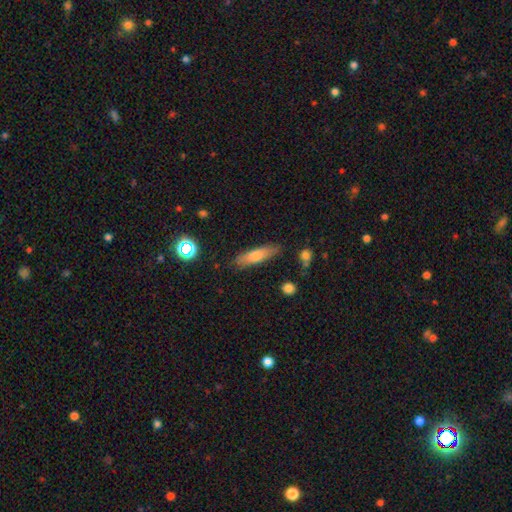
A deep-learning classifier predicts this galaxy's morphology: smooth 72%, featured or disk 20%, star or artifact 8%. Down the decision tree: how rounded — cigar-shaped (66%); merging — none (80%).